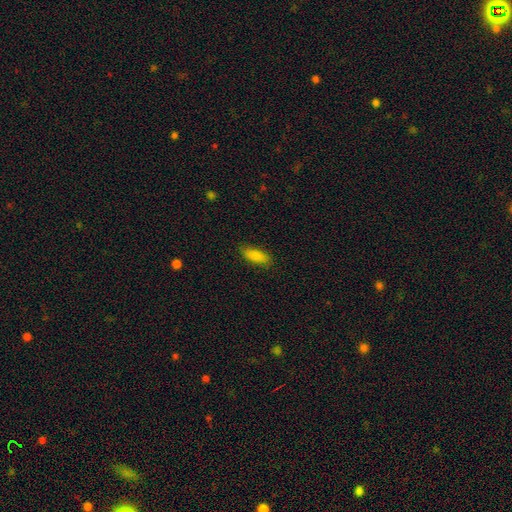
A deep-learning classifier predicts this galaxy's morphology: Smooth or featured: smooth — 85% (featured or disk — 8%)
How rounded: in between — 78% (cigar-shaped — 19%)
Merging: none — 85% (minor disturbance — 12%)